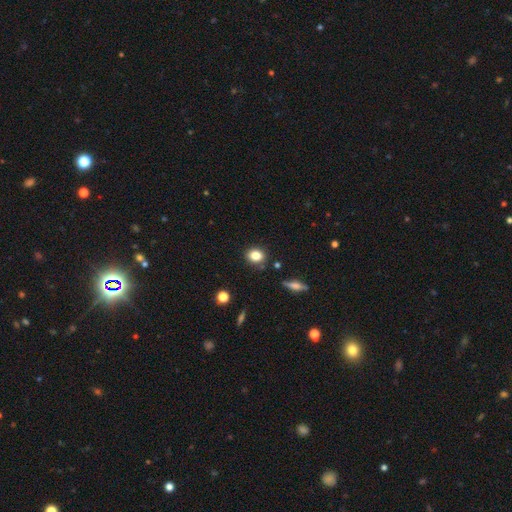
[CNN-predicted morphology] Smooth or featured? smooth (82%)
How rounded? round (61%)
Merging? none (85%)